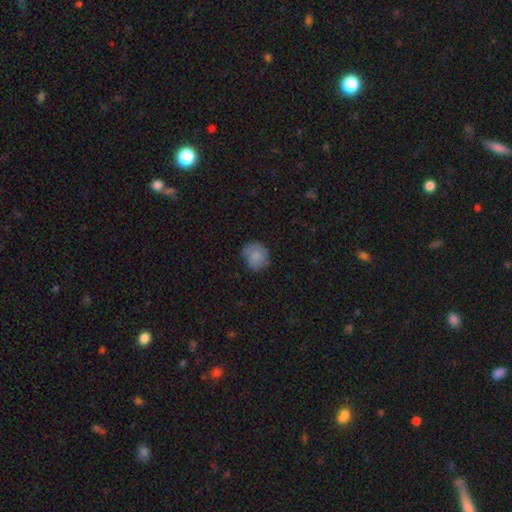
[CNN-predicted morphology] Smooth or featured? smooth (79%)
How rounded? round (84%)
Merging? none (69%)